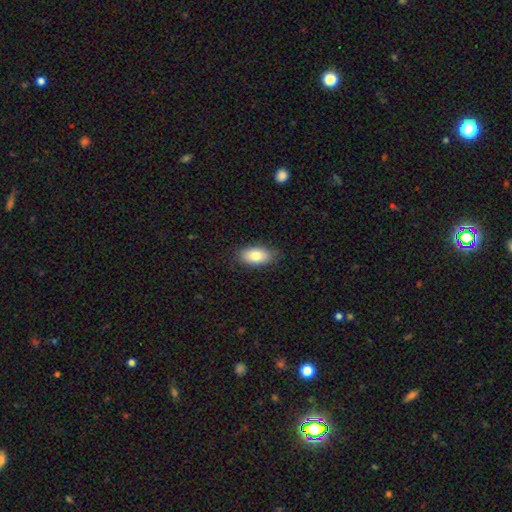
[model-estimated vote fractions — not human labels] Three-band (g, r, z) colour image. It shows a smooth galaxy with no disk features (80%) that is in between round and cigar-shaped (92%). Merging: none (82%).